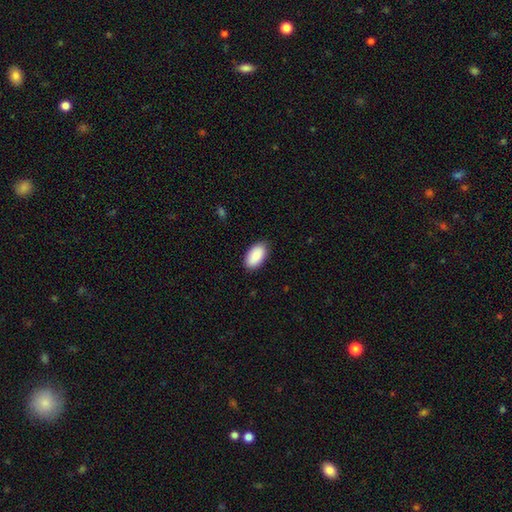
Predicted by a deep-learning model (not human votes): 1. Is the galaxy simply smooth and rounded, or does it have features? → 91% smooth, 6% star or artifact, 4% featured or disk.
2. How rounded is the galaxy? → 96% in between, 2% round, 2% cigar-shaped.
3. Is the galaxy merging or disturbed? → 87% none, 10% minor disturbance, 2% major disturbance, 1% merger.